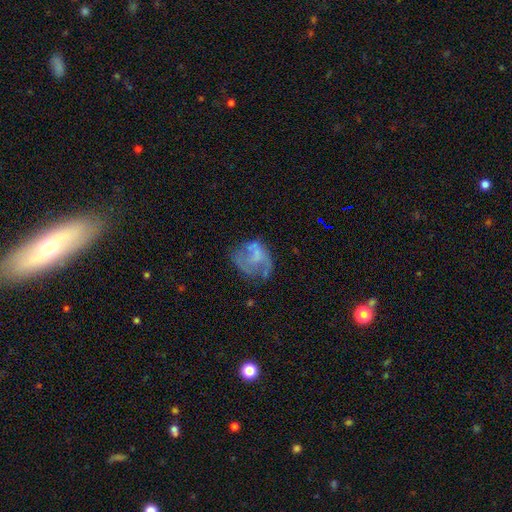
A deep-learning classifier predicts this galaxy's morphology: This is possibly a featured or disk galaxy (53%). It is clearly not viewed edge-on (98%). Bar: likely no (74%). Spiral arm pattern: possibly no (60%). Central bulge: possibly none (57%). Merging: marginally none (39%).